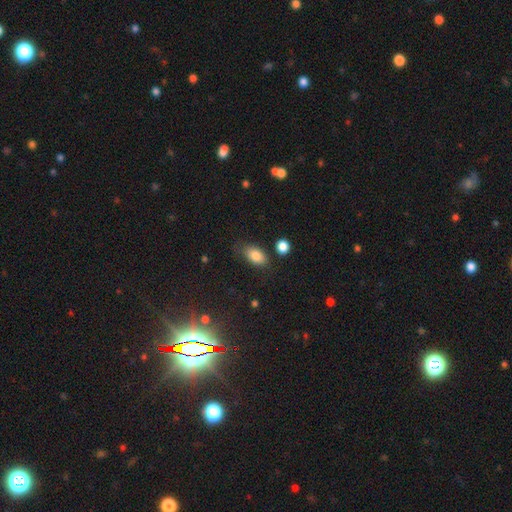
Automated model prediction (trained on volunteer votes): smooth 84%, star or artifact 8%, featured or disk 8%. Down the decision tree: how rounded — in between (90%); merging — none (71%).